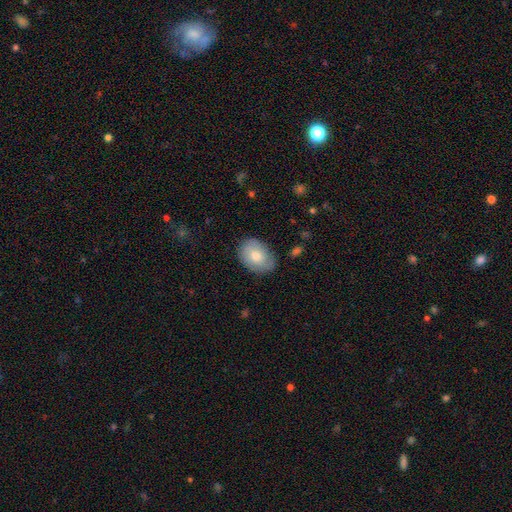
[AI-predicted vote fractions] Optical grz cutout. It shows a smooth galaxy with no disk features (74%) that is in between round and cigar-shaped (76%). Merging: none (75%).